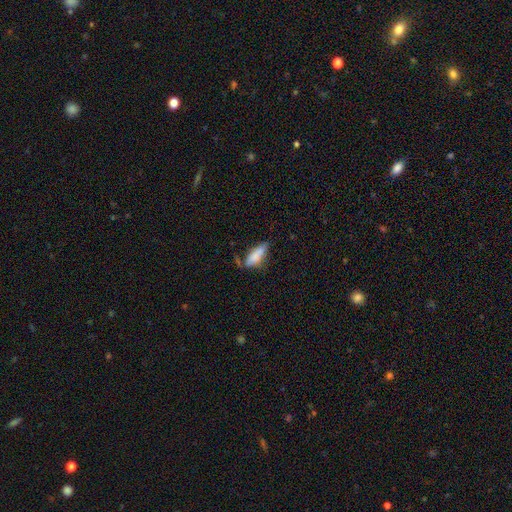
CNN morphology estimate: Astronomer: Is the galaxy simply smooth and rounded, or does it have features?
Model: smooth — 76%.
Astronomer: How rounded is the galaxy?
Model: in between — 56% (runner-up: cigar-shaped, 42%).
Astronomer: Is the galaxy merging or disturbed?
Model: none — 45% (runner-up: minor disturbance, 31%).